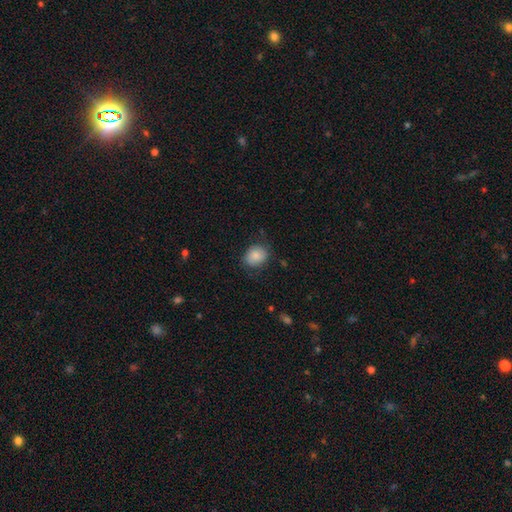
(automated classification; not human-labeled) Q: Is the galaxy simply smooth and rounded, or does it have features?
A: smooth — 82%.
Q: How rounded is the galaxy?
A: round — 55%.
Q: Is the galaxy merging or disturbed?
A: none — 73%.